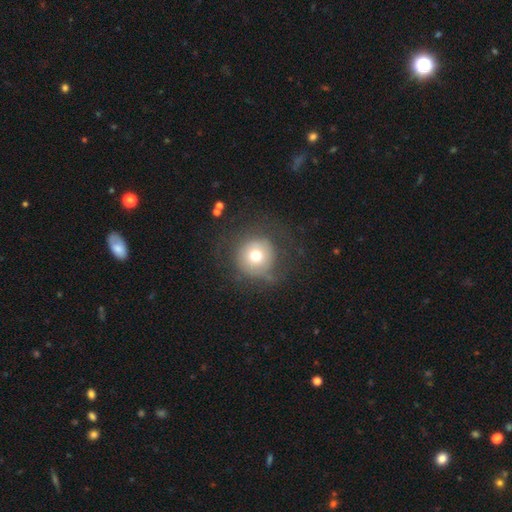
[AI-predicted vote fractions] Smooth or featured? smooth (66%)
How rounded? round (94%)
Merging? none (66%)